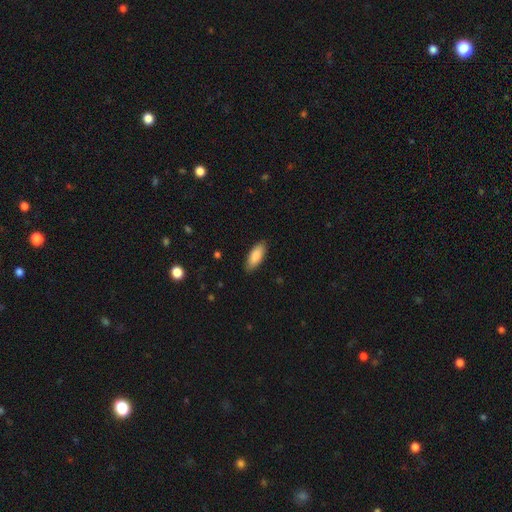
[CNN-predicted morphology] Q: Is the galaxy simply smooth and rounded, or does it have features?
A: smooth — 87%.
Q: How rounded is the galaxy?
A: in between — 80%.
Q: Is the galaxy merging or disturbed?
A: none — 87%.